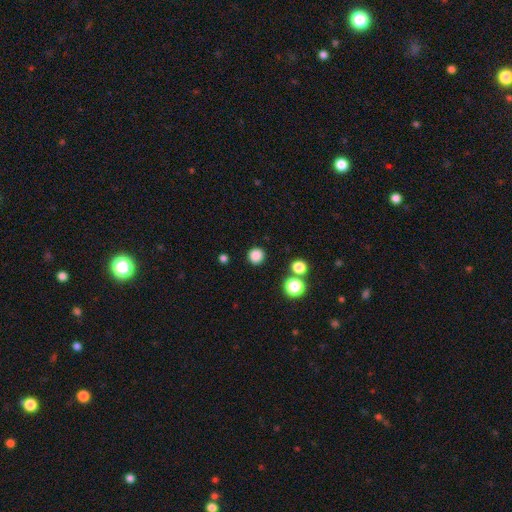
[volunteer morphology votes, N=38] Q: Smooth or featured?
A: smooth (92%); runner-up: featured or disk (5%)
Q: How rounded?
A: round (97%); runner-up: in between (3%)
Q: Merging?
A: none (81%); runner-up: minor disturbance (8%)